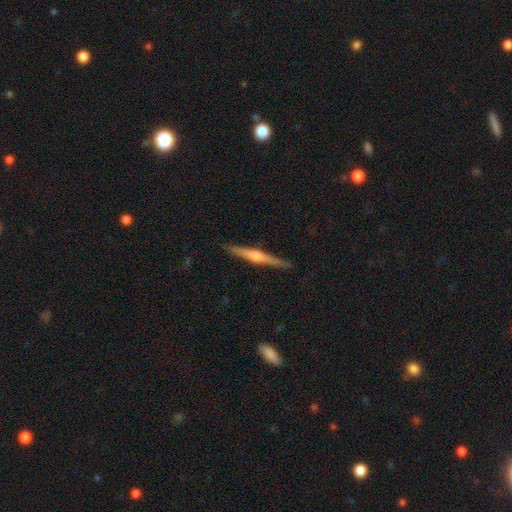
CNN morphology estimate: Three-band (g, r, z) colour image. It shows a featured or disk galaxy (76%) viewed edge-on (98%) with a rounded central bulge (84%). Merging: none (91%).